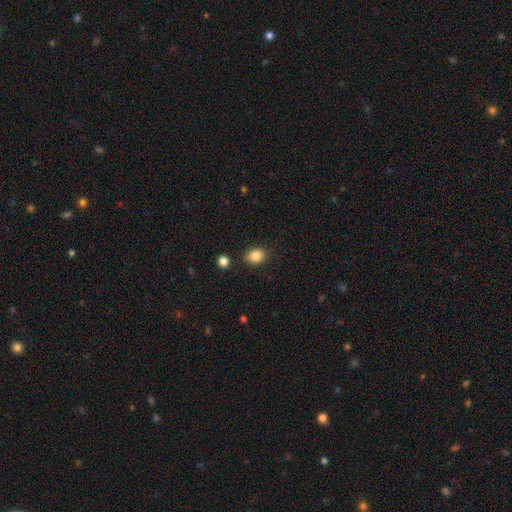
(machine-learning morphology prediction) A smooth galaxy with no disk features (85%) that is round (50%).

Vote fractions:
- Smooth or featured? smooth: 85% / star or artifact: 10% / featured or disk: 5%
- How rounded? round: 50% / in between: 49% / cigar-shaped: 1%
- Merging? none: 83% / minor disturbance: 12% / major disturbance: 3% / merger: 3%